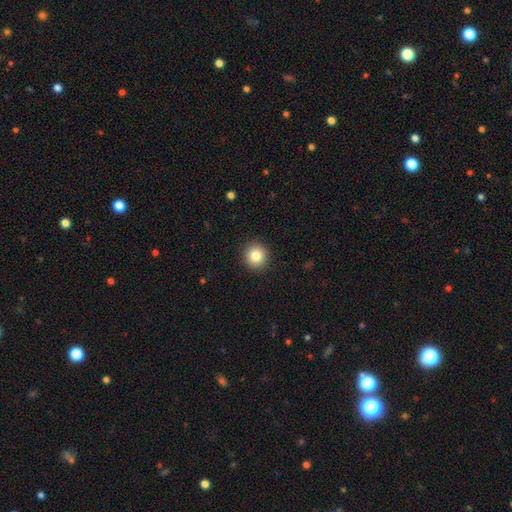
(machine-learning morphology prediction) smooth 83%, star or artifact 10%, featured or disk 7%. Down the decision tree: how rounded — round (94%); merging — none (92%).